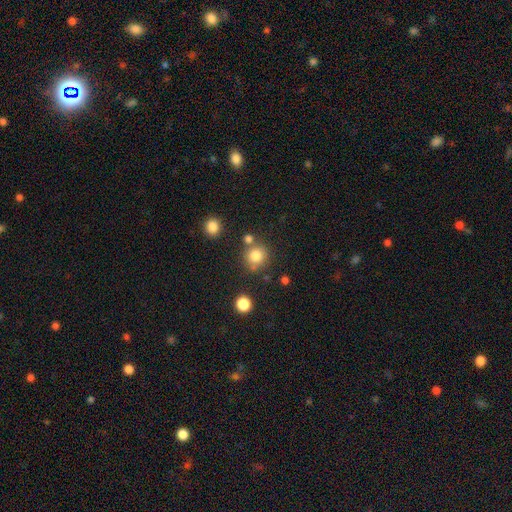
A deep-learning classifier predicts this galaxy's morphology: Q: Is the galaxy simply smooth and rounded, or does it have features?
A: smooth — 81%.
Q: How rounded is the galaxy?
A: round — 90%.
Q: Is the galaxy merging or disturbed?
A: none — 71%.